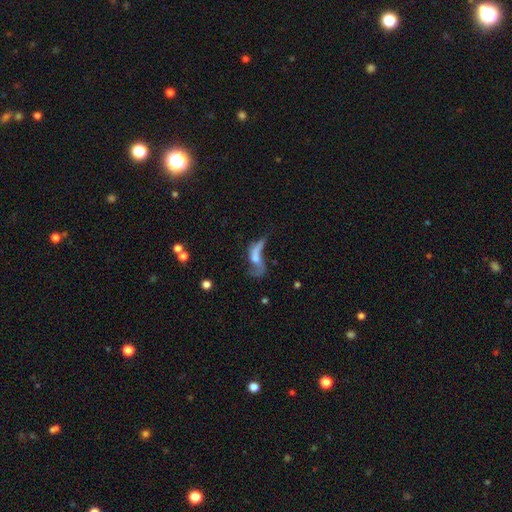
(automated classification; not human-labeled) Q: Smooth or featured?
A: featured or disk (60%); runner-up: smooth (28%)
Q: Edge-on disk?
A: no (89%); runner-up: yes (11%)
Q: Bar?
A: no (68%); runner-up: weak (24%)
Q: Spiral arms?
A: yes (61%); runner-up: no (39%)
Q: Bulge size?
A: small (32%); runner-up: moderate (31%)
Q: Merging?
A: major disturbance (40%); runner-up: none (25%)